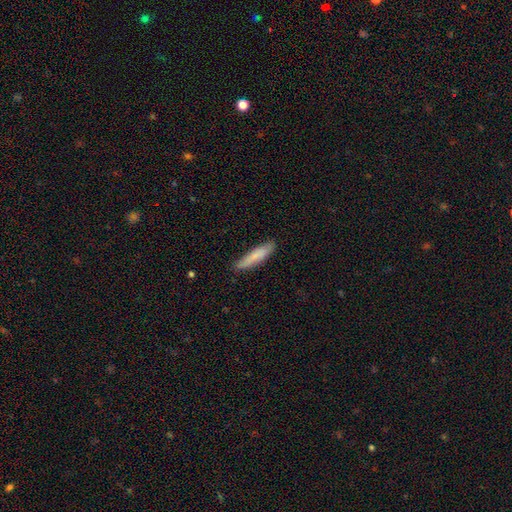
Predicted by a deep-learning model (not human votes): Smooth or featured? smooth (78%)
How rounded? cigar-shaped (84%)
Merging? none (84%)